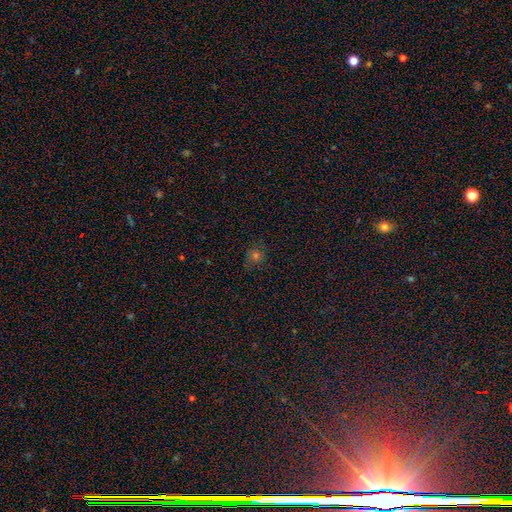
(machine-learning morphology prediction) smooth-or-featured: smooth: 60% | star or artifact: 29% | featured or disk: 10%
  how-rounded: round: 88% | in between: 11% | cigar-shaped: 1%
  merging: none: 82% | minor disturbance: 13% | major disturbance: 4% | merger: 1%